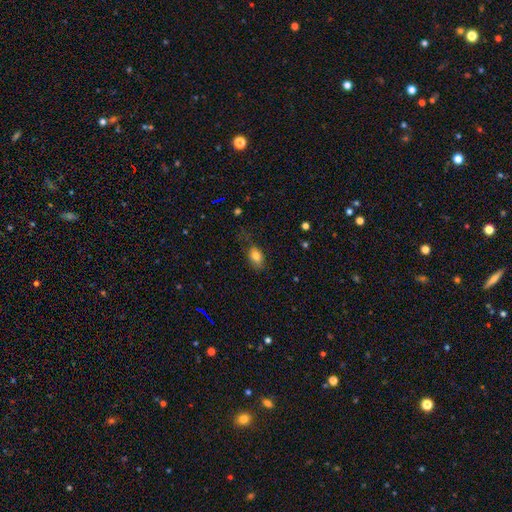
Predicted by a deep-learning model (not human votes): Smooth or featured: smooth — 80% (featured or disk — 10%)
How rounded: in between — 84% (round — 13%)
Merging: none — 64% (minor disturbance — 24%)